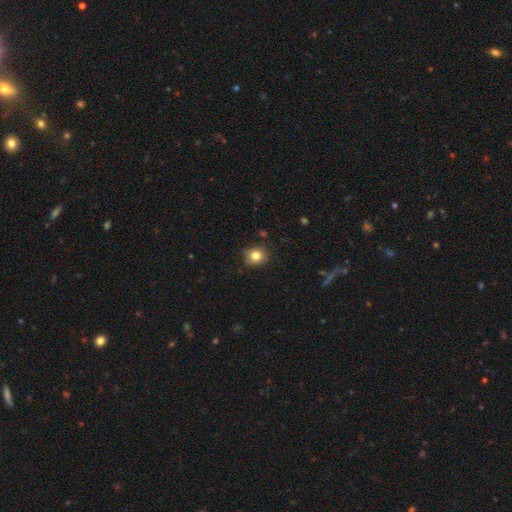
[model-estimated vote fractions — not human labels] Q: Smooth or featured?
A: smooth (82%); runner-up: star or artifact (11%)
Q: How rounded?
A: round (83%); runner-up: in between (16%)
Q: Merging?
A: none (86%); runner-up: minor disturbance (10%)